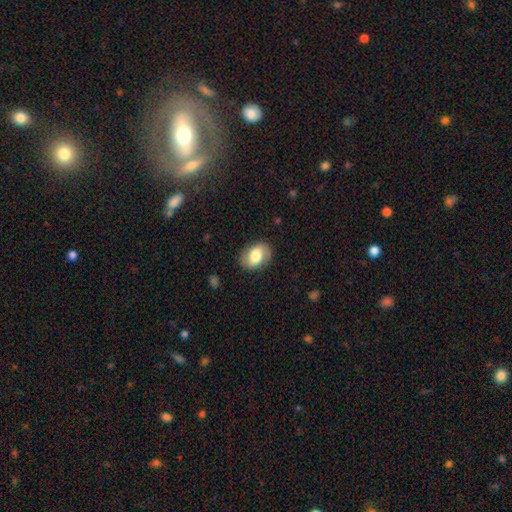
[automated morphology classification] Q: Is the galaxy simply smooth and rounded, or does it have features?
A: smooth — 60%.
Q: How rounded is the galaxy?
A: in between — 79%.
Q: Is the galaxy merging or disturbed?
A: none — 82%.